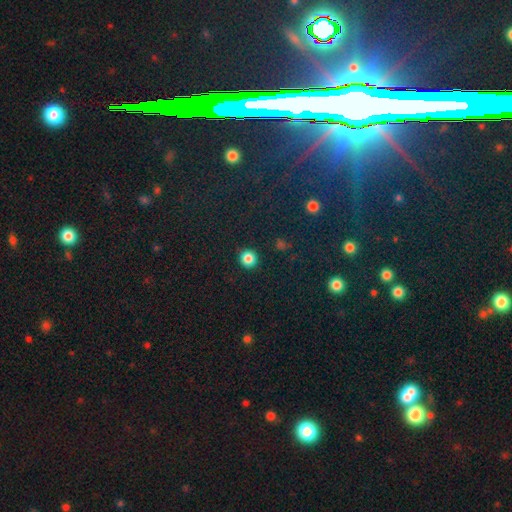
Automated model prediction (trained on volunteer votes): A star or artifact, not a galaxy (69%).

Vote fractions:
- Smooth or featured? star or artifact: 69% / smooth: 20% / featured or disk: 11%